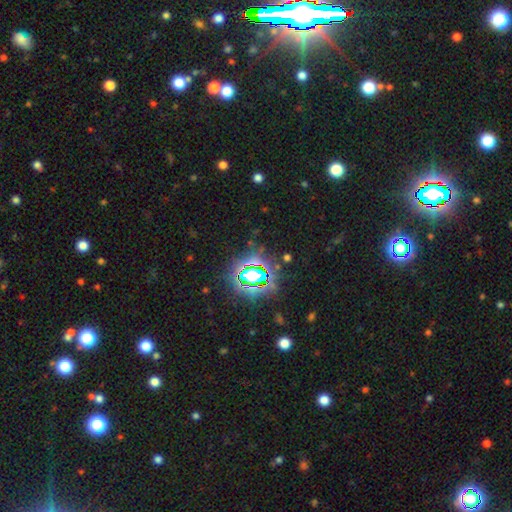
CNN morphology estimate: The model was most divided on "smooth or featured": star or artifact: 79%, smooth: 13%, featured or disk: 8%.